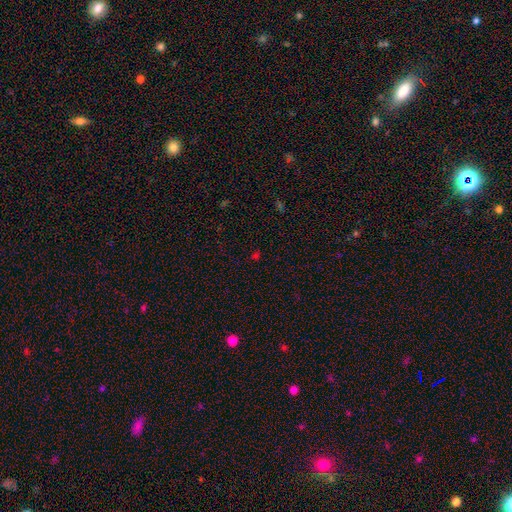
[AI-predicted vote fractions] Morphology: type=star or artifact (54%).